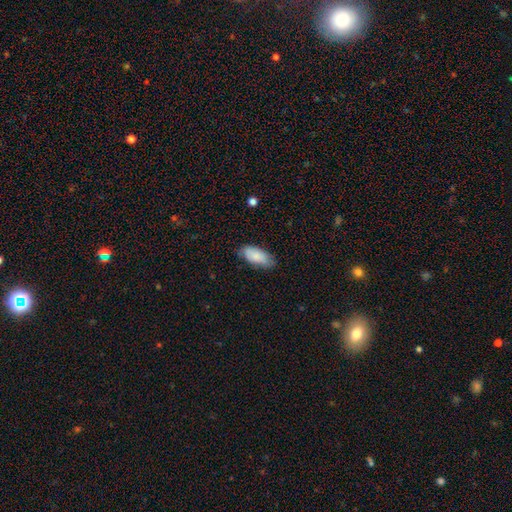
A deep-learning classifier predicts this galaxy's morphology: Q: Smooth or featured?
A: smooth (84%); runner-up: featured or disk (10%)
Q: How rounded?
A: in between (89%); runner-up: cigar-shaped (9%)
Q: Merging?
A: none (75%); runner-up: minor disturbance (20%)